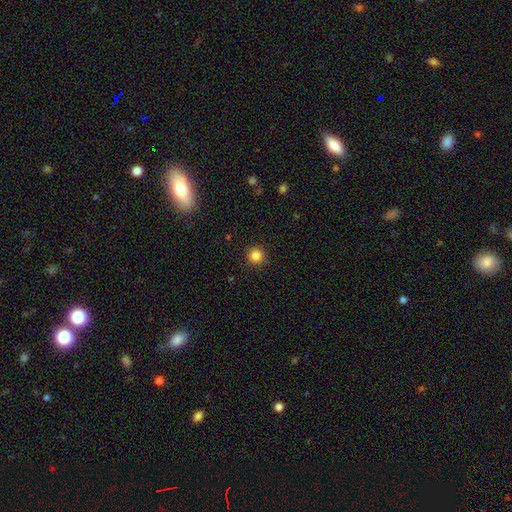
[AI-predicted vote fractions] Smooth or featured? Predicted: smooth (p=0.84). How rounded? Predicted: round (p=0.95). Merging? Predicted: none (p=0.91).